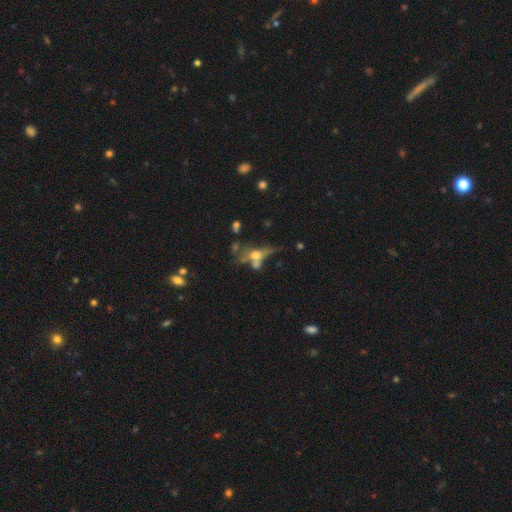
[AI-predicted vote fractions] Overall: featured or disk (49%; smooth 34%). Merging: merger (33%; none 30%).